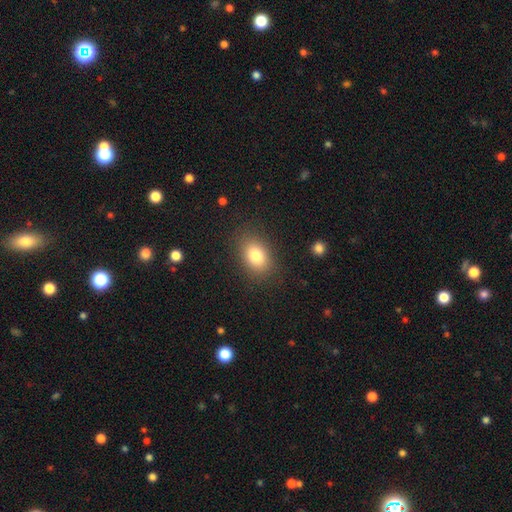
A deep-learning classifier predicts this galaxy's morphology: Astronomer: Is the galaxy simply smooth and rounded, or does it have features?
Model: smooth — 81%.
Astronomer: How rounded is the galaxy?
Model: in between — 78%.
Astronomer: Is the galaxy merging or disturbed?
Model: none — 84%.